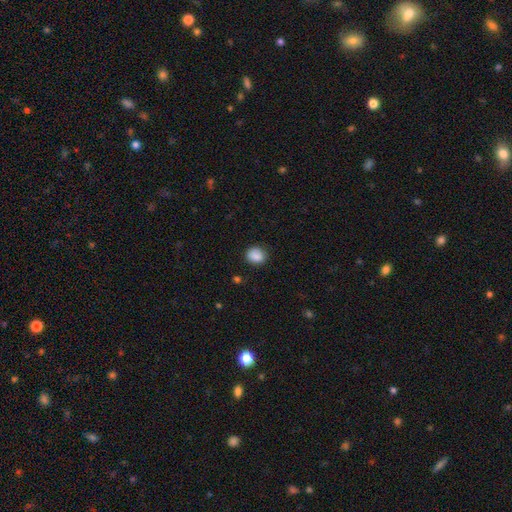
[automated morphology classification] smooth 87%, star or artifact 9%, featured or disk 4%. Down the decision tree: how rounded — round (65%); merging — none (82%).